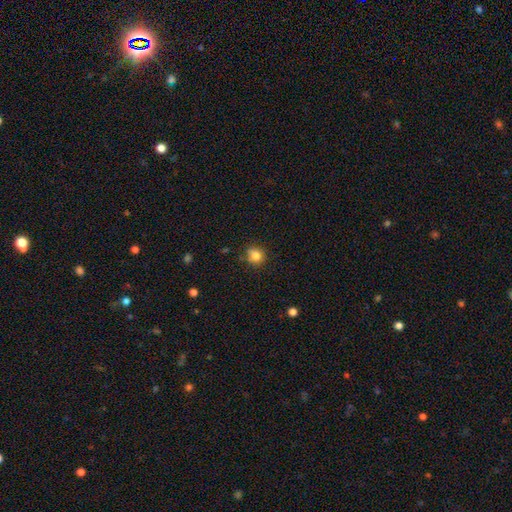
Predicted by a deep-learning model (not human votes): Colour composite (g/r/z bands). It shows a smooth galaxy with no disk features (81%) that is round (73%). Merging: none (68%).